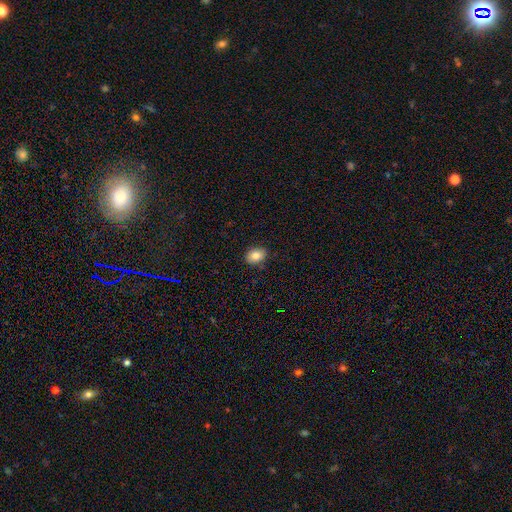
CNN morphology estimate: Smooth or featured?
  - smooth: 83% *
  - star or artifact: 9%
  - featured or disk: 8%
How rounded?
  - in between: 73% *
  - round: 26%
  - cigar-shaped: 1%
Merging?
  - none: 88% *
  - minor disturbance: 9%
  - major disturbance: 2%
  - merger: 1%